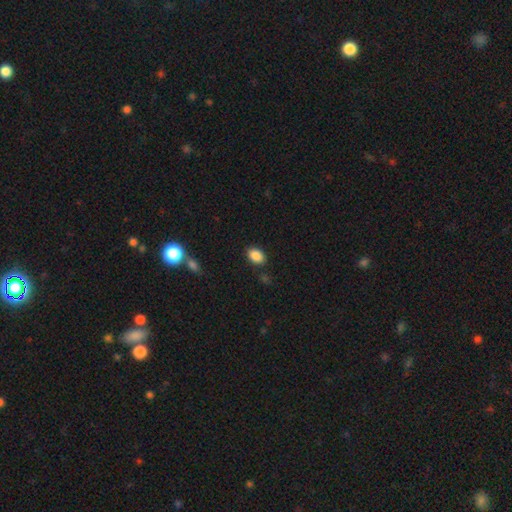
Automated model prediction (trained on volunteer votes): Smooth or featured? Predicted: smooth (p=0.88). How rounded? Predicted: in between (p=0.80). Merging? Predicted: none (p=0.85).